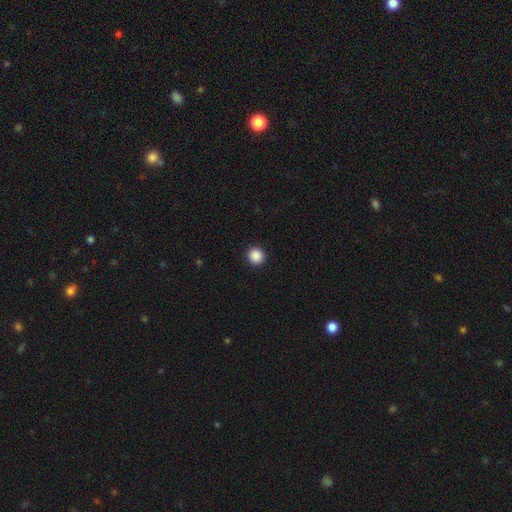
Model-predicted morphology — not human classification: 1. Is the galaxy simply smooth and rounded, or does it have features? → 89% smooth, 9% star or artifact, 2% featured or disk.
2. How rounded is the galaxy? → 94% round, 5% in between, 1% cigar-shaped.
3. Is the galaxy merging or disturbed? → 93% none, 4% minor disturbance, 2% major disturbance, 1% merger.